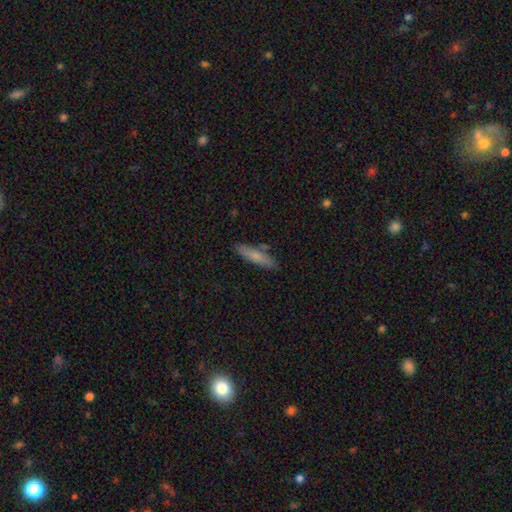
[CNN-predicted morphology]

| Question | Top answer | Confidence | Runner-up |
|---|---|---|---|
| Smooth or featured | smooth | 74% | featured or disk (20%) |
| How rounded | cigar-shaped | 79% | in between (19%) |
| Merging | none | 82% | minor disturbance (12%) |